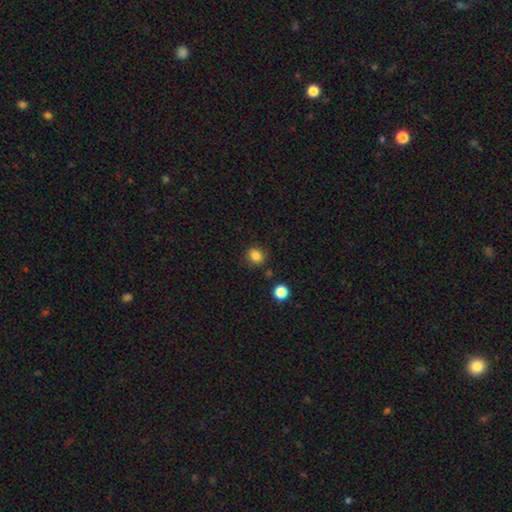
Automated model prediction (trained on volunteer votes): This is clearly a smooth galaxy (84%). How rounded: likely round (73%). Merging: clearly none (83%).